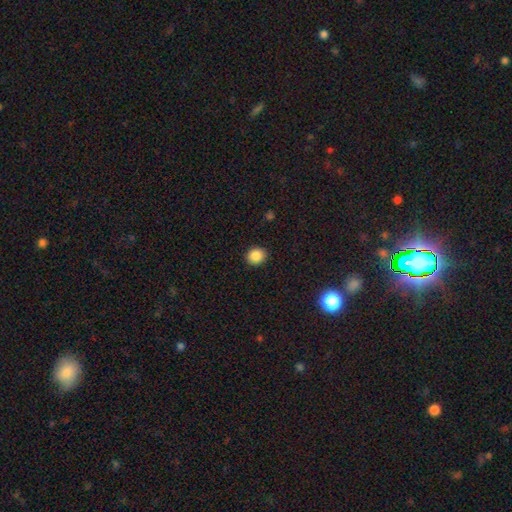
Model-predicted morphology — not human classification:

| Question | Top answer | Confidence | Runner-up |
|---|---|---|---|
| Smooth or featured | smooth | 87% | star or artifact (10%) |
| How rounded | round | 81% | in between (18%) |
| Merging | none | 92% | minor disturbance (5%) |